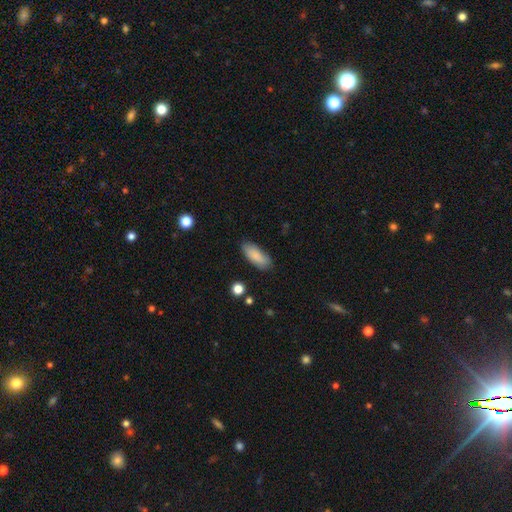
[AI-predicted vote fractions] A smooth galaxy with no disk features (86%) that is in between round and cigar-shaped (78%). Merging: none (82%).